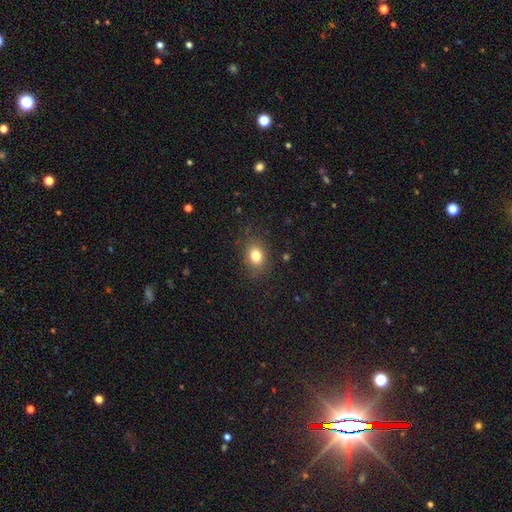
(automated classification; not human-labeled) Smooth or featured?
  - smooth: 80% *
  - star or artifact: 12%
  - featured or disk: 8%
How rounded?
  - in between: 52% *
  - round: 47%
  - cigar-shaped: 1%
Merging?
  - none: 84% *
  - minor disturbance: 11%
  - major disturbance: 4%
  - merger: 1%